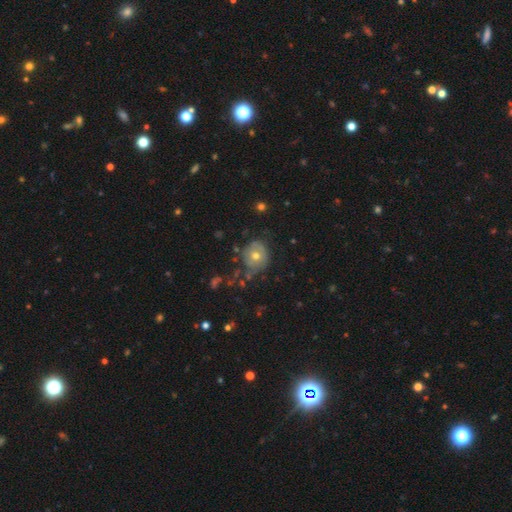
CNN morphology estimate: smooth 55%, featured or disk 35%, star or artifact 10%. Down the decision tree: how rounded — round (76%); merging — none (56%).